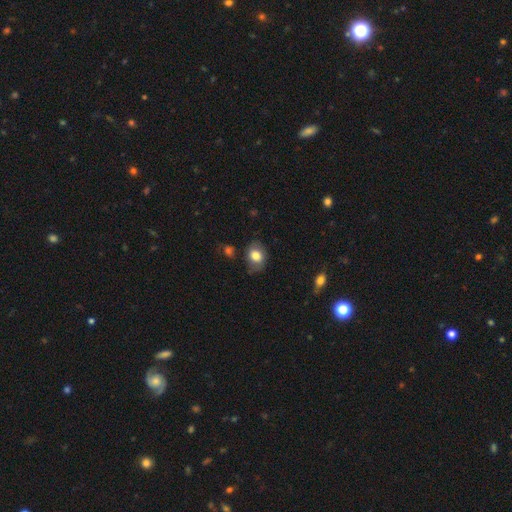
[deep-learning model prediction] A smooth galaxy with no disk features (78%) that is in between round and cigar-shaped (65%).

Vote fractions:
- Smooth or featured? smooth: 78% / featured or disk: 14% / star or artifact: 8%
- How rounded? in between: 65% / round: 34% / cigar-shaped: 1%
- Merging? none: 72% / minor disturbance: 20% / major disturbance: 6% / merger: 3%